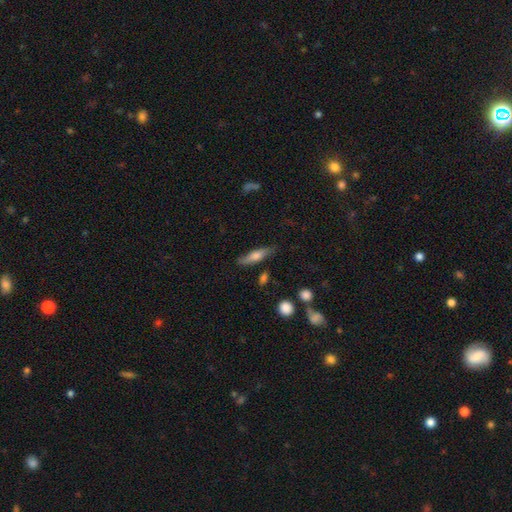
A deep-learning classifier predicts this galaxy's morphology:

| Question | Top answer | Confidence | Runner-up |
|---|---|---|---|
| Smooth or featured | smooth | 59% | featured or disk (35%) |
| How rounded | cigar-shaped | 71% | in between (26%) |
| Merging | none | 79% | minor disturbance (15%) |